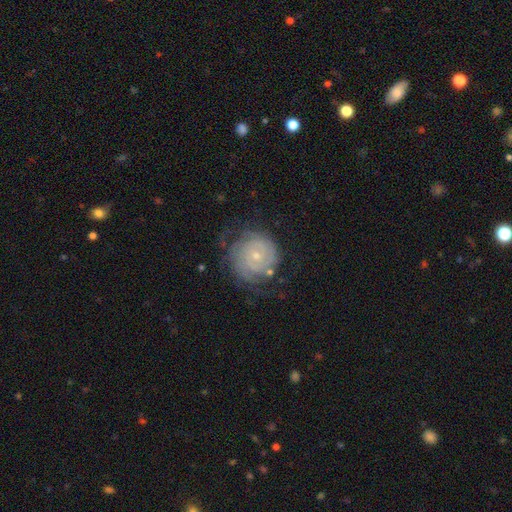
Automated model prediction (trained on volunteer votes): featured or disk 77%, smooth 16%, star or artifact 7%. Down the decision tree: edge-on disk — no (98%); bar — no (79%); spiral arms — yes (91%); spiral arm count — can't tell (42%); spiral winding — tight (79%); bulge size — small (73%); merging — none (67%).